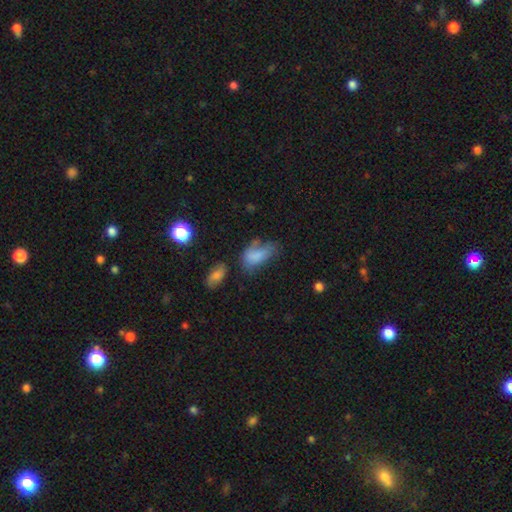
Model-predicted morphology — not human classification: Smooth or featured? smooth (72%)
How rounded? in between (89%)
Merging? minor disturbance (31%)